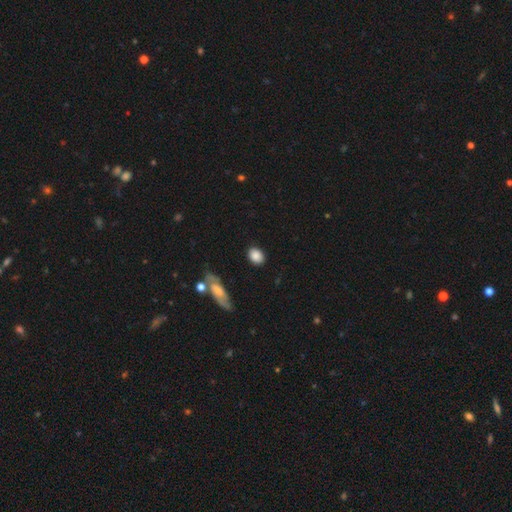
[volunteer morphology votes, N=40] type=smooth (82%); roundness=in between (52%); merging=none (71%).